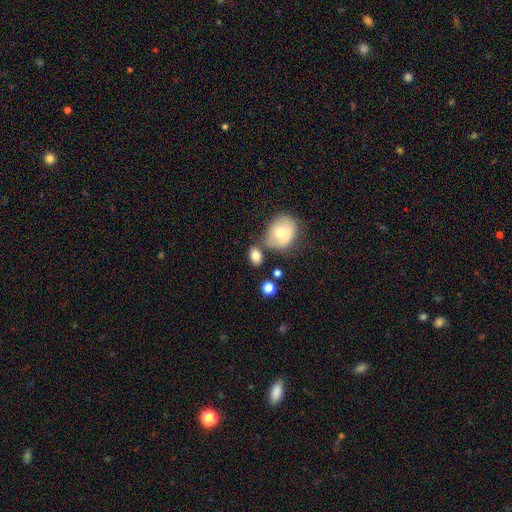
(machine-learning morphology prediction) The model was most divided on "merging": none: 61%, merger: 18%, minor disturbance: 16%, major disturbance: 5%. More confident: smooth or featured — smooth (79%); how rounded — in between (75%).